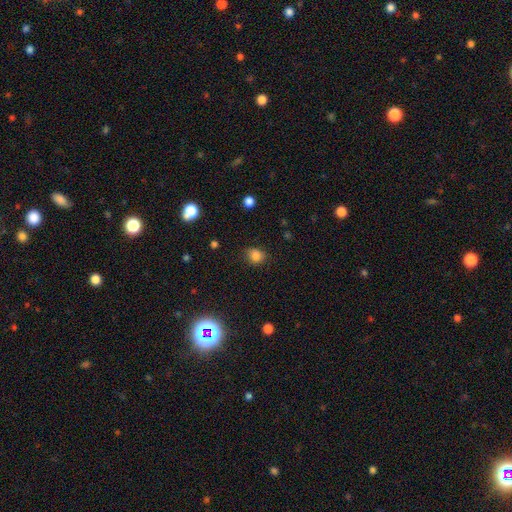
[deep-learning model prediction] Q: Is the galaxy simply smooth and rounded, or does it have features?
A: smooth — 82%.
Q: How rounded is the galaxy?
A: round — 59%.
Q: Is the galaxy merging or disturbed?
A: none — 73%.